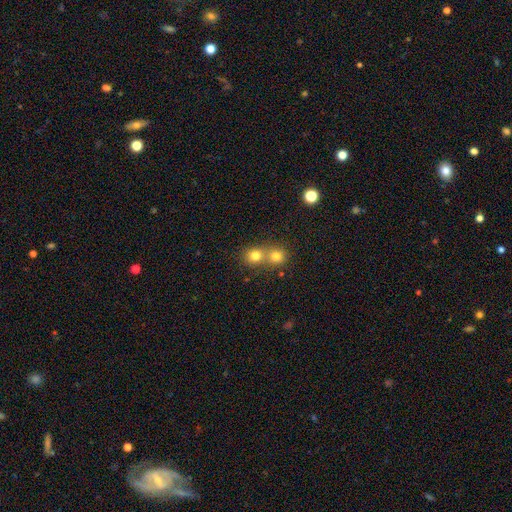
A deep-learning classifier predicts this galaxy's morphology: smooth-or-featured: smooth: 78% | star or artifact: 13% | featured or disk: 9%
  how-rounded: round: 81% | in between: 18% | cigar-shaped: 1%
  merging: merger: 52% | none: 40% | minor disturbance: 5% | major disturbance: 2%